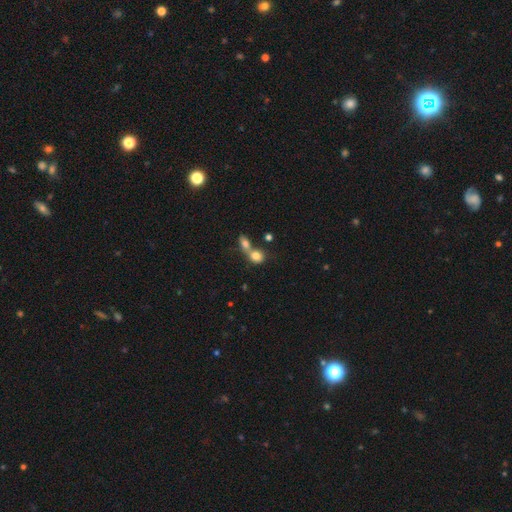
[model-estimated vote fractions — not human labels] The model was most divided on "how rounded": round: 61%, in between: 37%, cigar-shaped: 2%. More confident: smooth or featured — smooth (80%); merging — merger (65%).